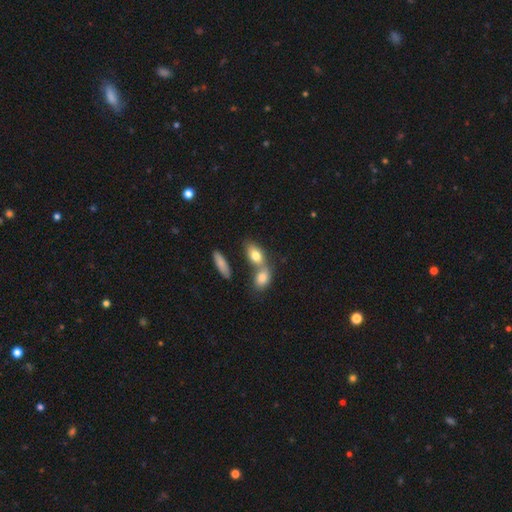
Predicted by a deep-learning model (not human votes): This appears to be a smooth galaxy with no disk features (78%) that is in between round and cigar-shaped (82%). Merging: merger (48%).